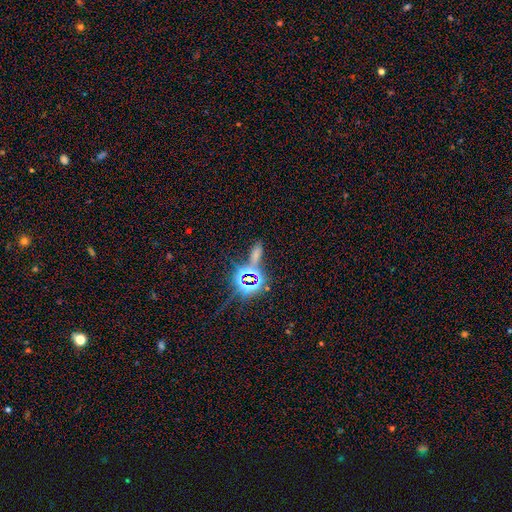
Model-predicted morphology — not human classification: Smooth or featured?
  - star or artifact: 54% *
  - smooth: 36%
  - featured or disk: 10%